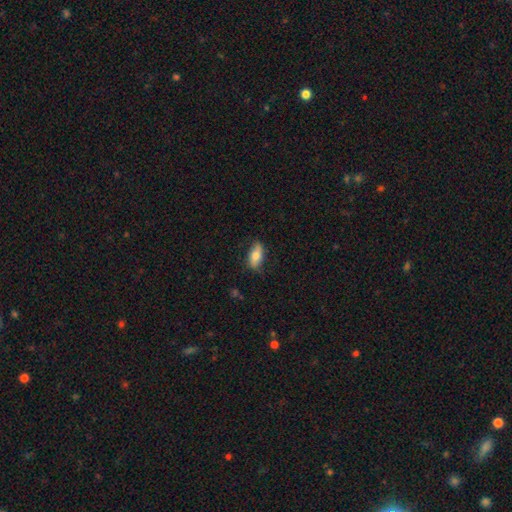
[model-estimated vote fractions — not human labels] Smooth or featured?
  - smooth: 67% *
  - featured or disk: 26%
  - star or artifact: 6%
How rounded?
  - in between: 81% *
  - cigar-shaped: 15%
  - round: 4%
Merging?
  - none: 76% *
  - minor disturbance: 19%
  - major disturbance: 4%
  - merger: 1%